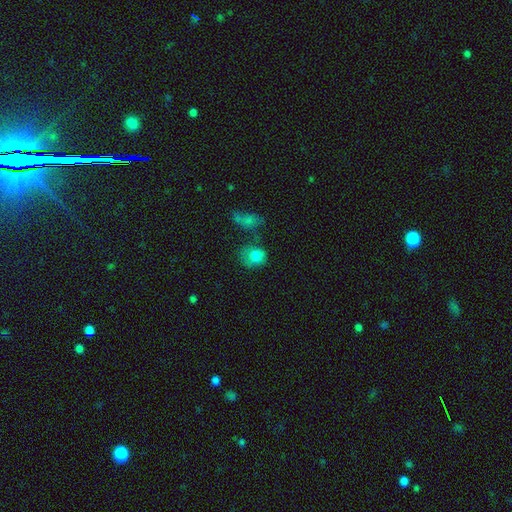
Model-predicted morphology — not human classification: type=smooth (77%); roundness=round (55%); merging=none (44%).